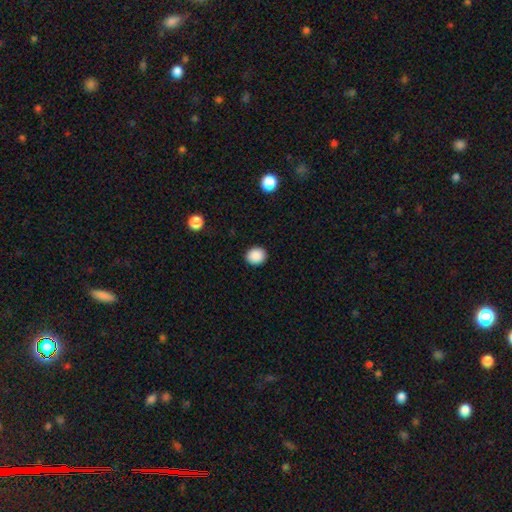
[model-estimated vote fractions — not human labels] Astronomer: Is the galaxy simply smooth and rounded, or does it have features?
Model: smooth — 89%.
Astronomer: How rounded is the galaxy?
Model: round — 70%.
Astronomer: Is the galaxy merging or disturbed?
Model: none — 91%.